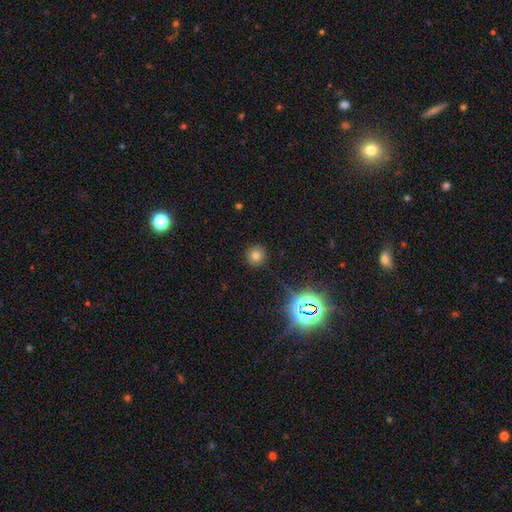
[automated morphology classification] Smooth or featured? Predicted: smooth (p=0.72). How rounded? Predicted: round (p=0.93). Merging? Predicted: none (p=0.90).